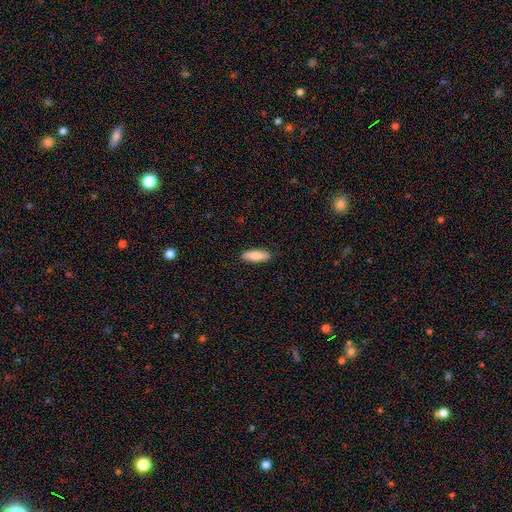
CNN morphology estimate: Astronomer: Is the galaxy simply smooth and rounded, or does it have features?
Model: smooth — 83%.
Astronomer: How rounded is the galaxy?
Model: in between — 52% (runner-up: cigar-shaped, 46%).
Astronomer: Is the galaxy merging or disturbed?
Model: none — 88%.